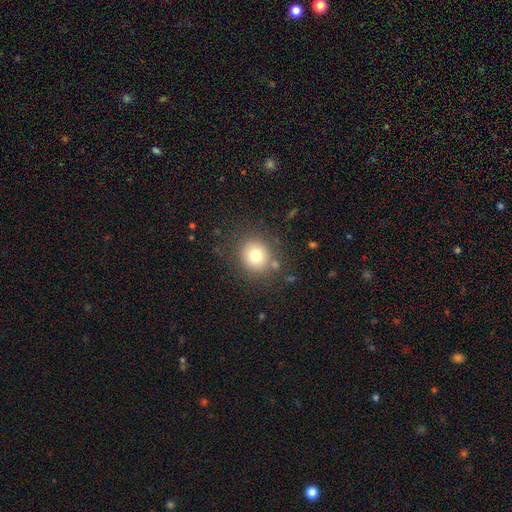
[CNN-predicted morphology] A smooth galaxy with no disk features (76%) that is round (83%). Merging: none (82%).